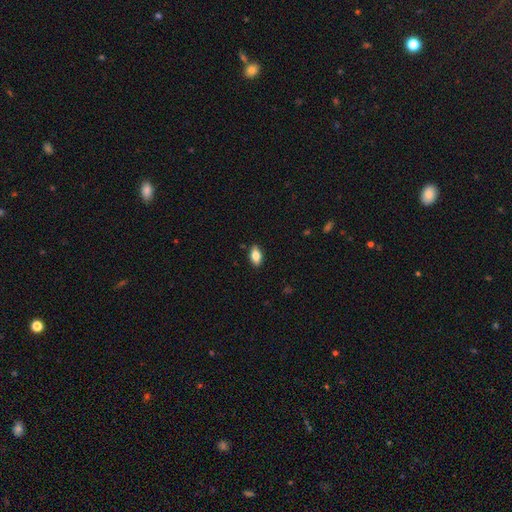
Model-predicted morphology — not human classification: Overall: smooth (78%). How rounded: in between (89%). Merging: none (87%).